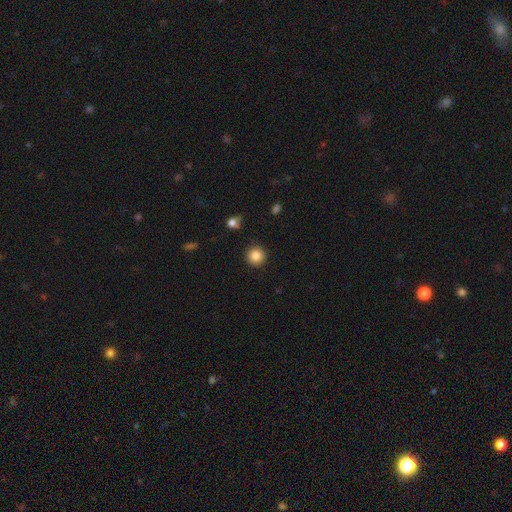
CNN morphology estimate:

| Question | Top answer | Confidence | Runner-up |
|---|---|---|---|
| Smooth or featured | smooth | 85% | star or artifact (10%) |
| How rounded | round | 95% | in between (5%) |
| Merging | none | 91% | minor disturbance (6%) |